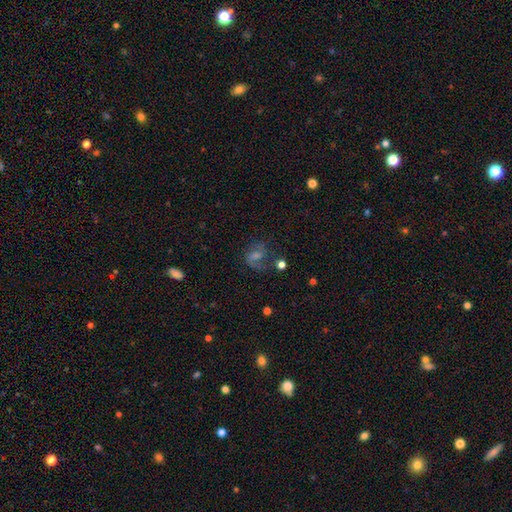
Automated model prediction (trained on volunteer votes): Smooth or featured?
  - featured or disk: 63% *
  - star or artifact: 19%
  - smooth: 18%
Edge-on disk?
  - no: 97% *
  - yes: 3%
Bar?
  - weak: 49% *
  - no: 35%
  - strong: 16%
Spiral arms?
  - yes: 89% *
  - no: 11%
Spiral winding?
  - medium: 50% *
  - loose: 32%
  - tight: 18%
Spiral arm count?
  - 2: 74% *
  - 1: 13%
  - can't tell: 9%
  - 3: 2%
  - 4: 1%
  - more than 4: 1%
Bulge size?
  - moderate: 40% *
  - small: 38%
  - none: 13%
  - large: 7%
  - dominant: 2%
Merging?
  - none: 66% *
  - minor disturbance: 16%
  - major disturbance: 14%
  - merger: 4%